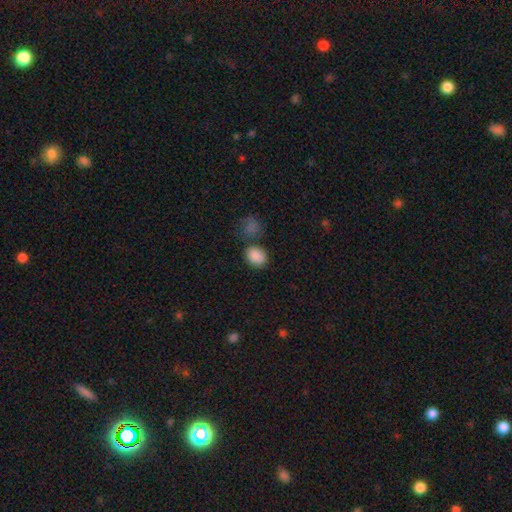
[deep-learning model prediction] Overall: smooth (87%). How rounded: in between (58%; round 41%). Merging: none (68%).